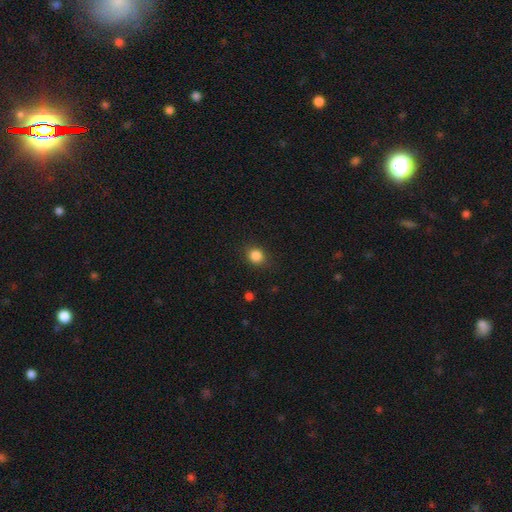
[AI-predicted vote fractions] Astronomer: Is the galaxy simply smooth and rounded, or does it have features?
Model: smooth — 85%.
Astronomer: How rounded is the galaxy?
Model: round — 74%.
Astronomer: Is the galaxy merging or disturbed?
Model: none — 87%.